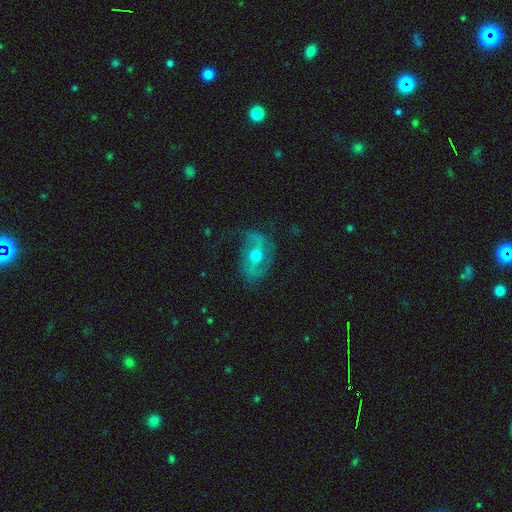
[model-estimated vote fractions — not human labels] This appears to be a featured or disk galaxy (76%) with no bar (39%), 2 (84%) loose (45%) spiral arms (87%) and a moderate central bulge (72%). Merging: none (61%).